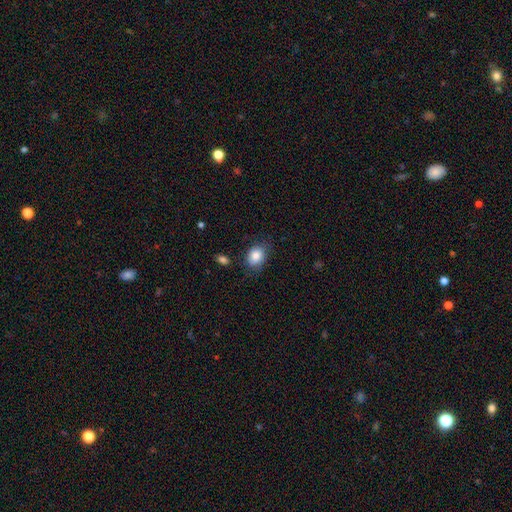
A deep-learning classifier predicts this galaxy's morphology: A smooth galaxy with no disk features (85%) that is in between round and cigar-shaped (64%).

Vote fractions:
- Smooth or featured? smooth: 85% / star or artifact: 8% / featured or disk: 7%
- How rounded? in between: 64% / round: 35% / cigar-shaped: 1%
- Merging? none: 75% / minor disturbance: 18% / major disturbance: 4% / merger: 3%